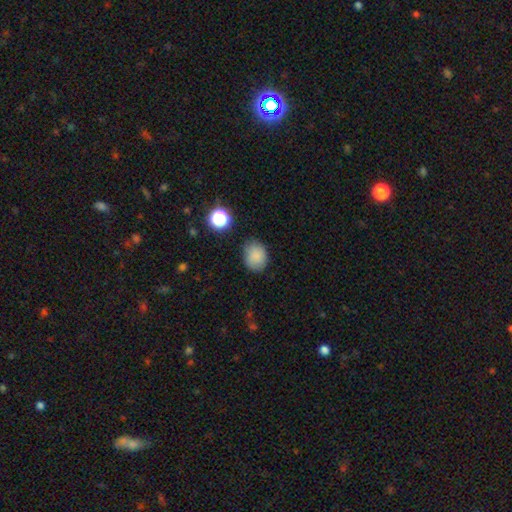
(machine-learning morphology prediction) A smooth galaxy with no disk features (84%) that is round (53%). Merging: none (76%).